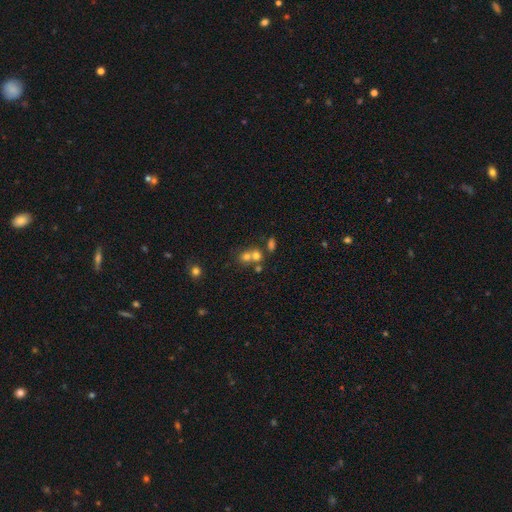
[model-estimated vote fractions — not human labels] smooth 66%, star or artifact 18%, featured or disk 16%. Down the decision tree: how rounded — round (70%); merging — merger (53%).